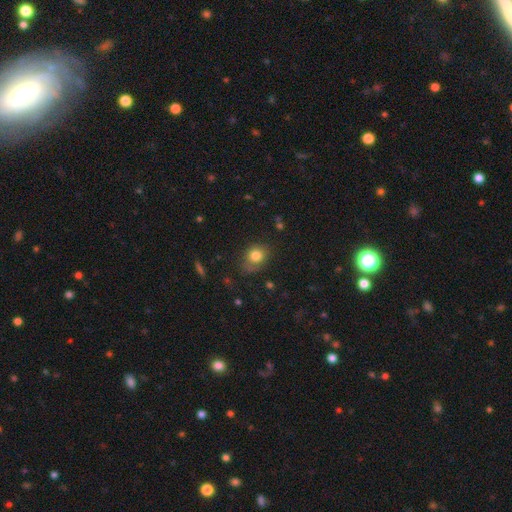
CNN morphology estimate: smooth 80%, star or artifact 11%, featured or disk 10%. Down the decision tree: how rounded — round (60%); merging — none (64%).